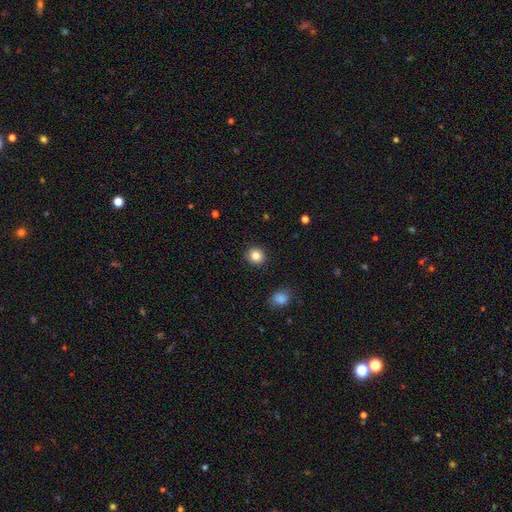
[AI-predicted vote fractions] The model was most divided on "smooth or featured": smooth: 85%, star or artifact: 10%, featured or disk: 4%. More confident: merging — none (91%); how rounded — round (89%).